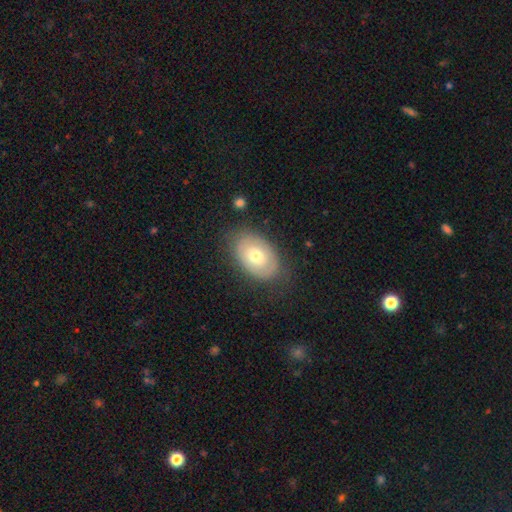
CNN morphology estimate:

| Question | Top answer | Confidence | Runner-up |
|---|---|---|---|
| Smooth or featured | smooth | 58% | featured or disk (36%) |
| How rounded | in between | 87% | round (12%) |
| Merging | none | 78% | minor disturbance (15%) |